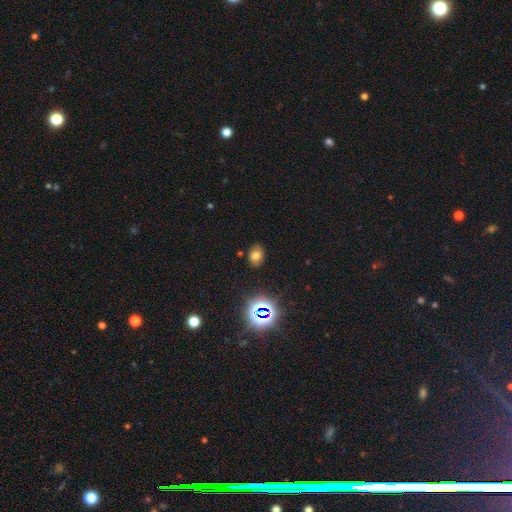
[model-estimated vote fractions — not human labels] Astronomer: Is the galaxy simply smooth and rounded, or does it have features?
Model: smooth — 66%.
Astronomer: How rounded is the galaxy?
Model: in between — 68%.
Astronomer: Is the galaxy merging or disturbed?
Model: none — 83%.